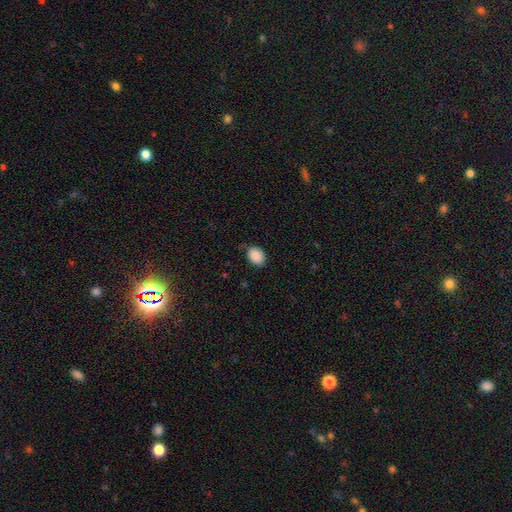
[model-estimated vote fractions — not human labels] Morphology: type=smooth (89%); roundness=in between (63%); merging=none (73%).